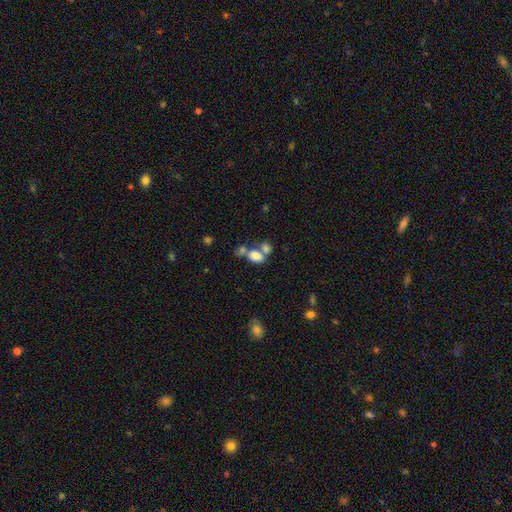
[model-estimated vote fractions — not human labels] Smooth or featured? Predicted: smooth (p=0.77). How rounded? Predicted: in between (p=0.83). Merging? Predicted: merger (p=0.54).